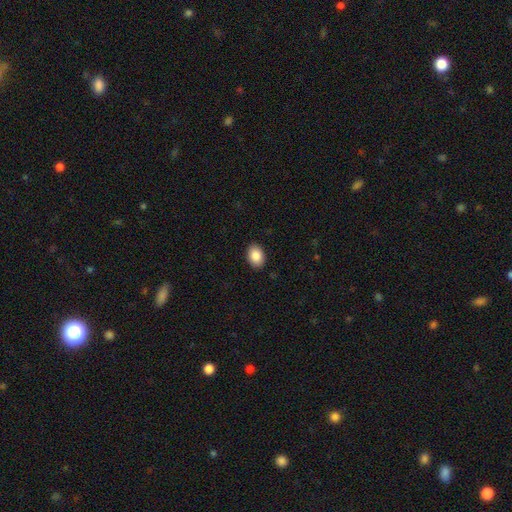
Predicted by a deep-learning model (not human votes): This appears to be a smooth galaxy with no disk features (87%) that is in between round and cigar-shaped (78%). Merging: none (90%).